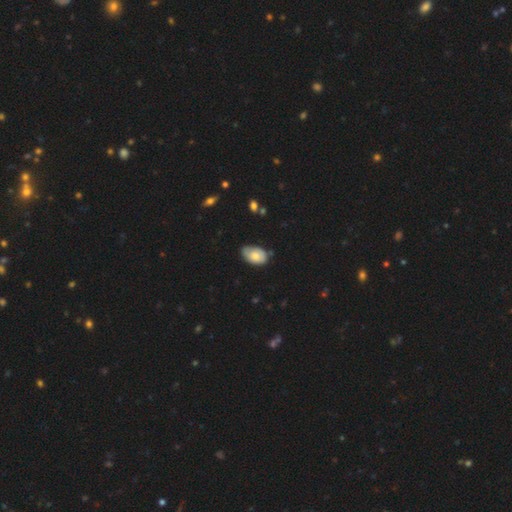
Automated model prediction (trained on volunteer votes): Smooth or featured: smooth — 66% (featured or disk — 28%)
How rounded: in between — 90% (round — 9%)
Merging: none — 57% (minor disturbance — 34%)